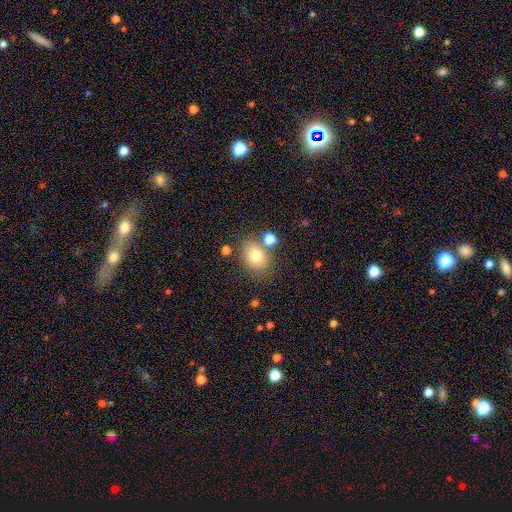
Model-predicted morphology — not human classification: A smooth galaxy with no disk features (76%) that is in between round and cigar-shaped (59%). Merging: none (70%).